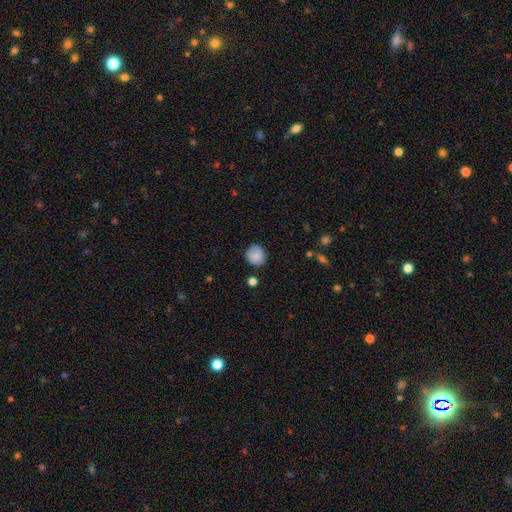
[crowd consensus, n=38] This is clearly a smooth galaxy (82%). How rounded: clearly round (94%). Merging: likely none (77%).